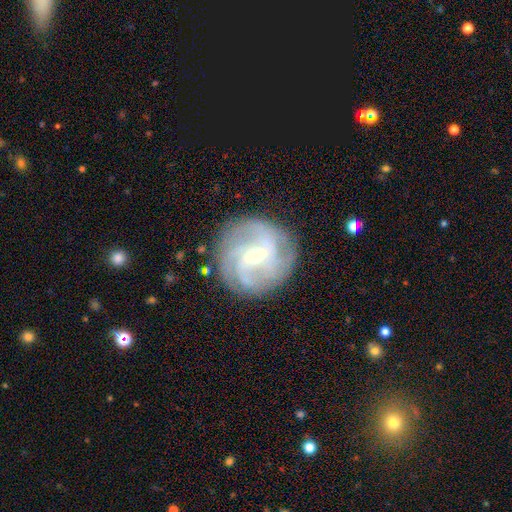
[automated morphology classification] smooth-or-featured: featured or disk: 83% | smooth: 11% | star or artifact: 6%
  disk-edge-on: no: 97% | yes: 3%
    bar: weak: 55% | strong: 24% | no: 22%
    has-spiral-arms: yes: 94% | no: 6%
      spiral-winding: tight: 49% | medium: 36% | loose: 14%
      spiral-arm-count: 3: 27% | can't tell: 24% | 2: 23% | 4: 14% | more than 4: 6% | 1: 6%
    bulge-size: moderate: 58% | small: 38% | large: 3% | none: 1% | dominant: 1%
  merging: none: 83% | minor disturbance: 11% | major disturbance: 5% | merger: 1%